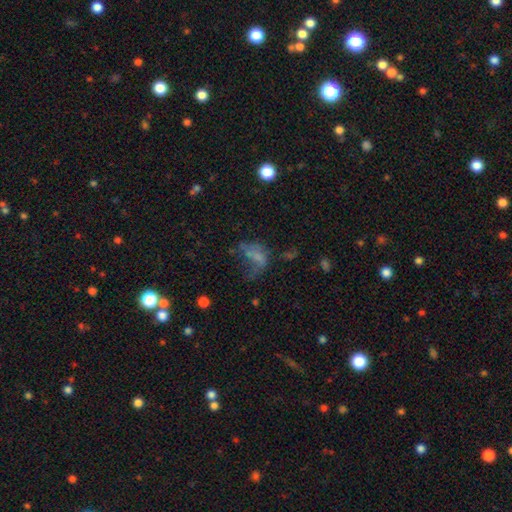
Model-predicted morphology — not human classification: smooth_or_featured: smooth (p=0.45) [alt: featured or disk p=0.34]
merging: major disturbance (p=0.50) [alt: none p=0.25]